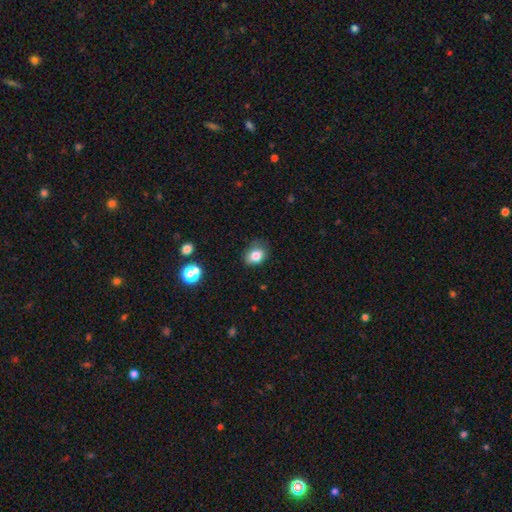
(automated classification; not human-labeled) Smooth or featured? Predicted: smooth (p=0.82). How rounded? Predicted: in between (p=0.57). Merging? Predicted: none (p=0.72).